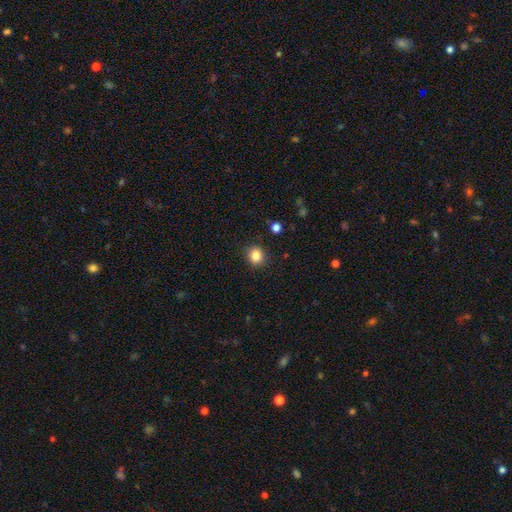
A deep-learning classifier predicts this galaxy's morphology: smooth 84%, star or artifact 11%, featured or disk 5%. Down the decision tree: how rounded — round (83%); merging — none (89%).